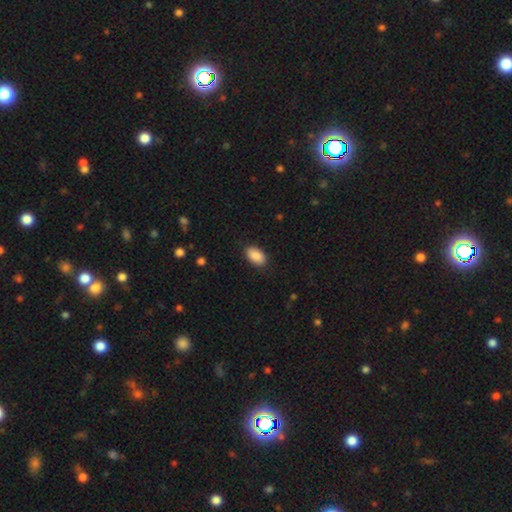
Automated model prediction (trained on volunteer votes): A smooth galaxy with no disk features (90%) that is in between round and cigar-shaped (94%).

Vote fractions:
- Smooth or featured? smooth: 90% / star or artifact: 6% / featured or disk: 4%
- How rounded? in between: 94% / round: 5% / cigar-shaped: 1%
- Merging? none: 87% / minor disturbance: 10% / major disturbance: 2% / merger: 1%